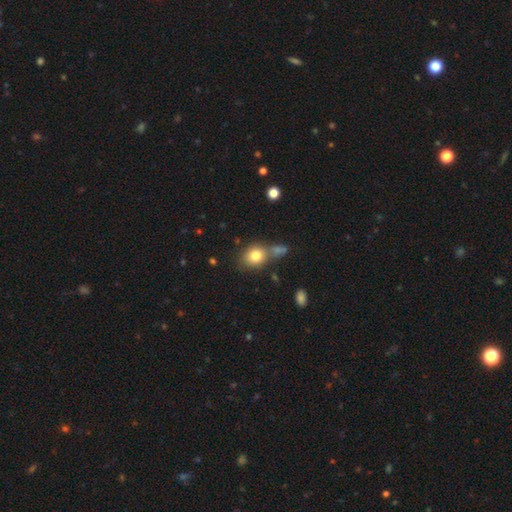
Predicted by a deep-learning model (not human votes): Smooth or featured: smooth — 79% (featured or disk — 11%)
How rounded: round — 57% (in between — 42%)
Merging: none — 56% (merger — 26%)